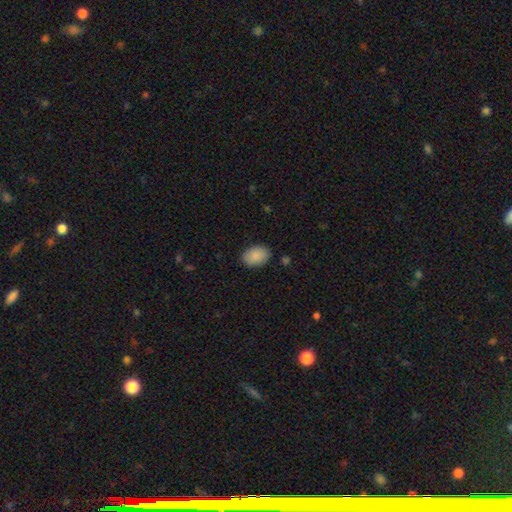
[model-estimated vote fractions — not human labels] Overall: smooth (90%). How rounded: in between (85%). Merging: none (86%).